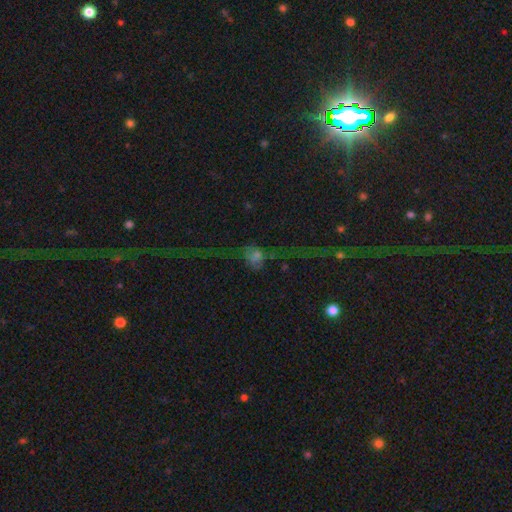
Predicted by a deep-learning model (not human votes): Smooth or featured?
  - smooth: 43% *
  - featured or disk: 32%
  - star or artifact: 25%
Merging?
  - major disturbance: 37% *
  - none: 34%
  - minor disturbance: 16%
  - merger: 13%